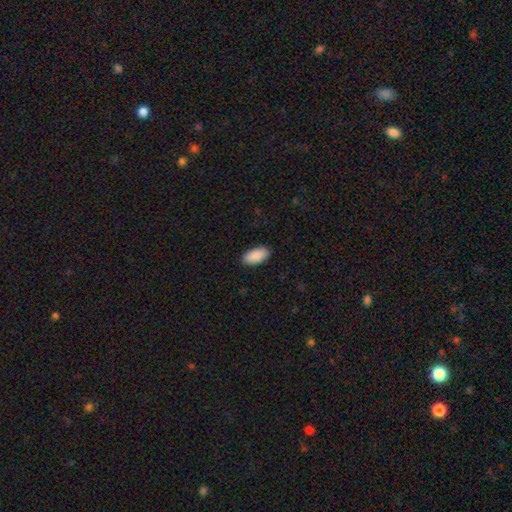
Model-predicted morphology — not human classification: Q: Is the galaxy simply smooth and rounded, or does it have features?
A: smooth — 91%.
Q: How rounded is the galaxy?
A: in between — 95%.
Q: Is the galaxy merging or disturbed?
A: none — 90%.